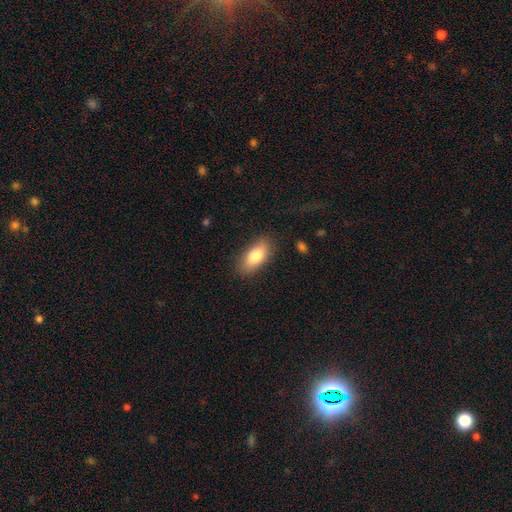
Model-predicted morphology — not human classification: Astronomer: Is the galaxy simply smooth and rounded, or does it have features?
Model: smooth — 80%.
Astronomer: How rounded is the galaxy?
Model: in between — 87%.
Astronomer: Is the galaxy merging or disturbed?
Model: none — 84%.